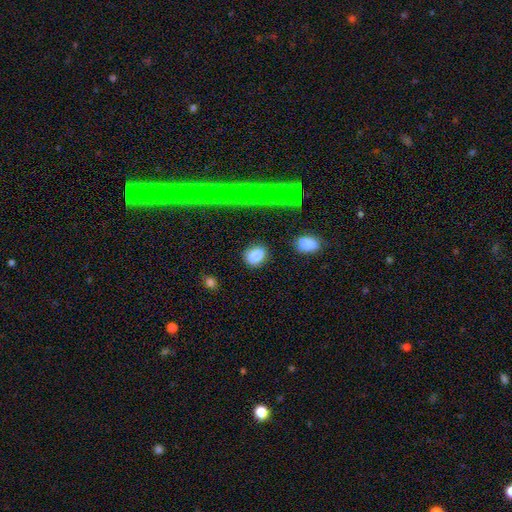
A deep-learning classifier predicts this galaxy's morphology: Smooth or featured: smooth — 84% (star or artifact — 10%)
How rounded: in between — 61% (round — 37%)
Merging: none — 80% (minor disturbance — 14%)